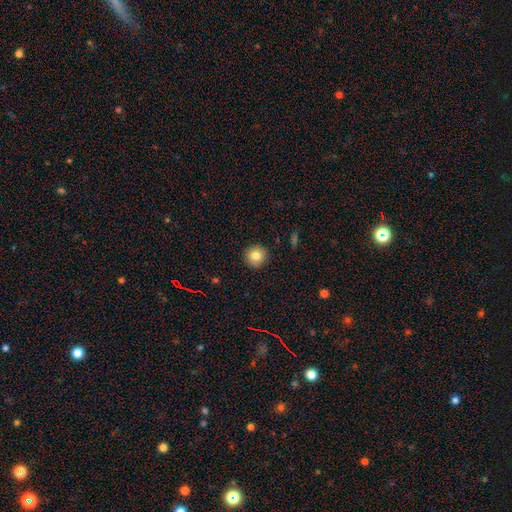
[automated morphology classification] Smooth or featured: smooth — 81% (star or artifact — 10%)
How rounded: round — 95% (in between — 4%)
Merging: none — 92% (minor disturbance — 5%)